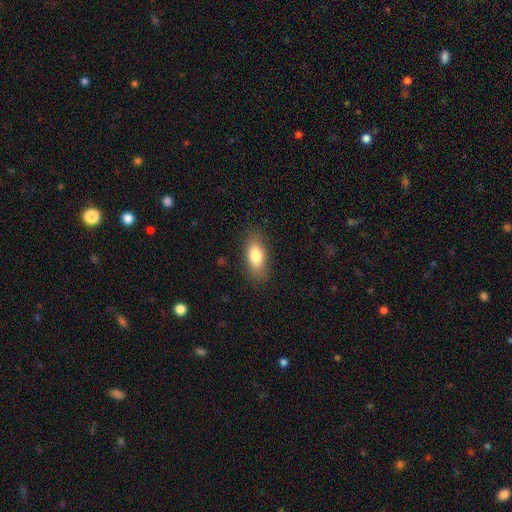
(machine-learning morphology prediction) Smooth or featured?
  - smooth: 80% *
  - featured or disk: 13%
  - star or artifact: 7%
How rounded?
  - in between: 84% *
  - cigar-shaped: 12%
  - round: 4%
Merging?
  - none: 84% *
  - minor disturbance: 11%
  - major disturbance: 3%
  - merger: 1%